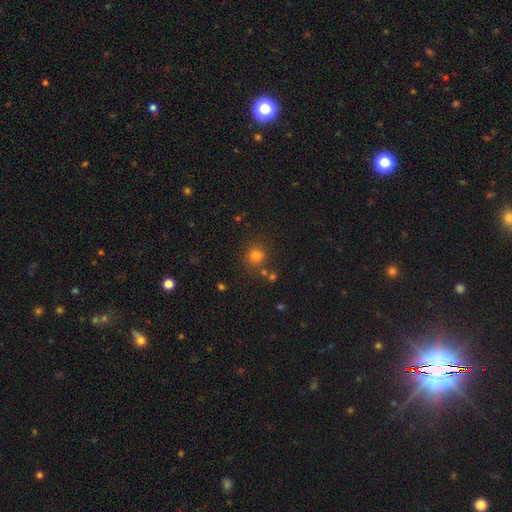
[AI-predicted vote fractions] A smooth galaxy with no disk features (77%) that is round (89%).

Vote fractions:
- Smooth or featured? smooth: 77% / star or artifact: 16% / featured or disk: 7%
- How rounded? round: 89% / in between: 10% / cigar-shaped: 1%
- Merging? none: 79% / minor disturbance: 9% / merger: 9% / major disturbance: 3%